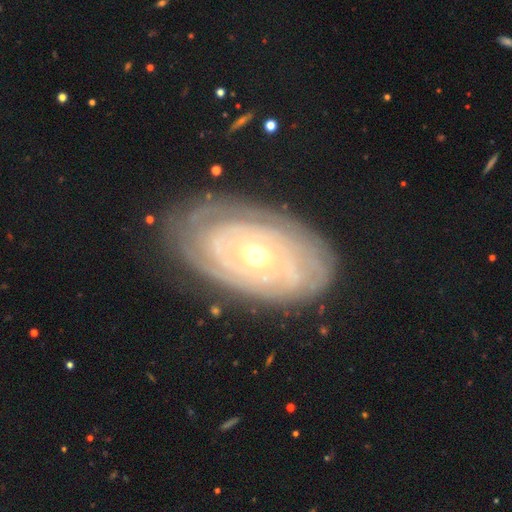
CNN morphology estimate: type=featured or disk (85%); edge-on=no (94%); bar=no (71%); spiral arms=yes (91%); winding=tight (85%); arm count=can't tell (44%); bulge=moderate (70%); merging=none (80%).